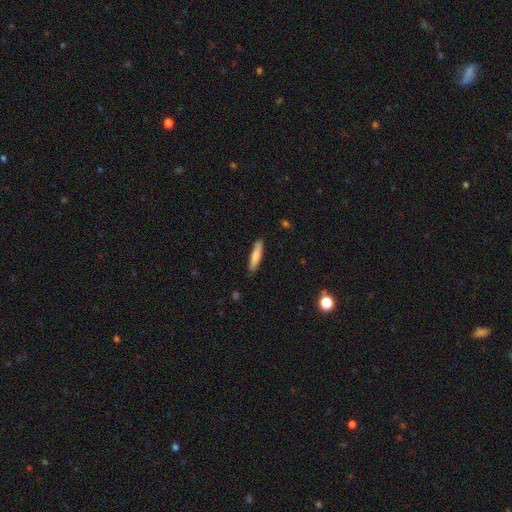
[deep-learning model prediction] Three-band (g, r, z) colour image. It shows a smooth galaxy with no disk features (80%) that is cigar-shaped (84%). Merging: none (87%).